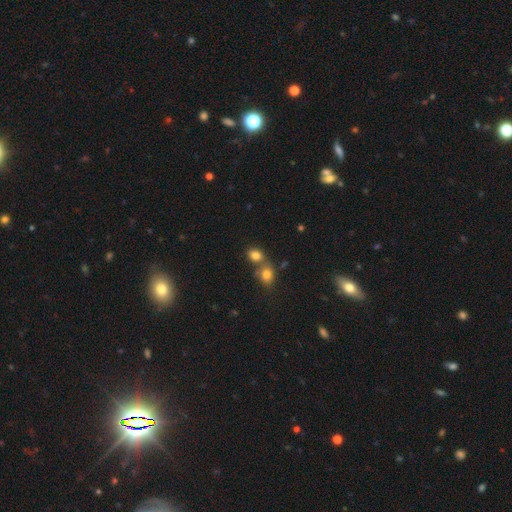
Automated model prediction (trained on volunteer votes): A smooth galaxy with no disk features (80%) that is in between round and cigar-shaped (49%, tied with round). Merging: merger (45%).